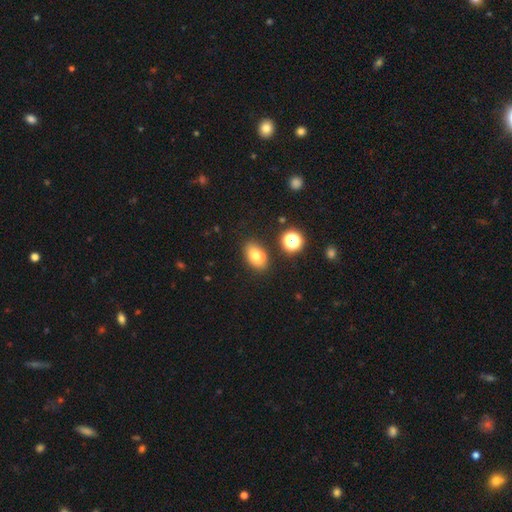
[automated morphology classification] This is likely a smooth galaxy (78%). How rounded: clearly in between (86%). Merging: clearly none (81%).